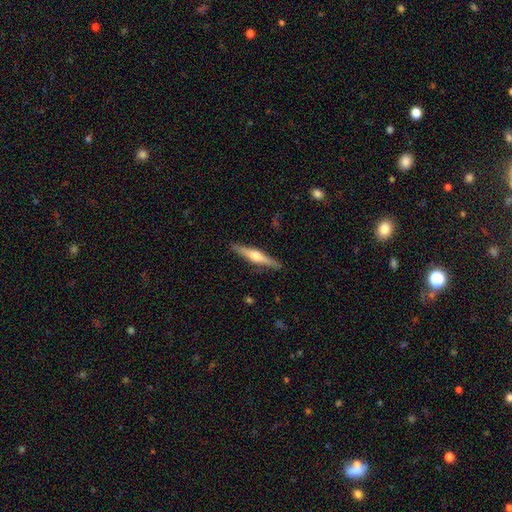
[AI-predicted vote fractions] Morphology: type=featured or disk (61%); edge-on=yes (96%); edge-on bulge=rounded (90%); merging=none (89%).